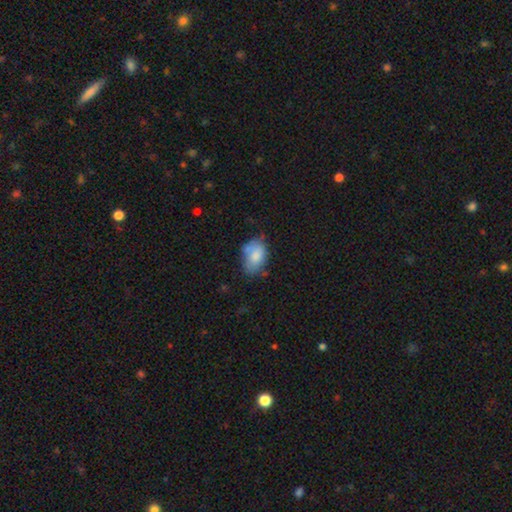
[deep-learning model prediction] The model was most divided on "merging": none: 53%, minor disturbance: 30%, major disturbance: 8%, merger: 8%. More confident: how rounded — in between (86%); smooth or featured — smooth (78%).